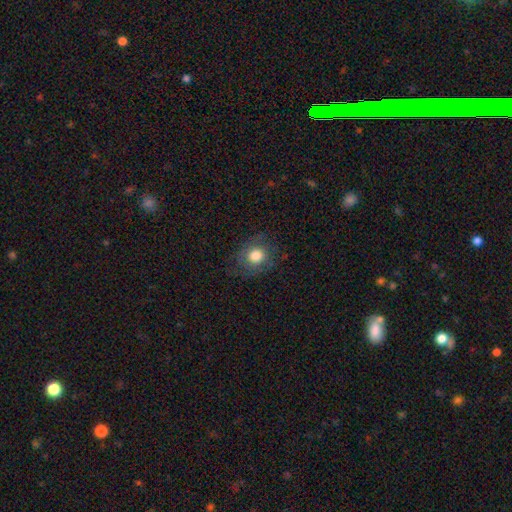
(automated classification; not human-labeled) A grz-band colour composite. It shows a smooth galaxy with no disk features (75%) that is round (72%). Merging: none (76%).